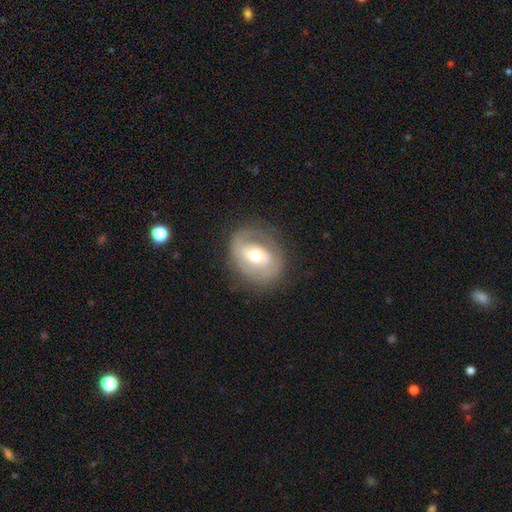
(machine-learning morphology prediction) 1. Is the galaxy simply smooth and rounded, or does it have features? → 63% featured or disk, 30% smooth, 7% star or artifact.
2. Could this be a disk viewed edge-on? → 95% no, 5% yes.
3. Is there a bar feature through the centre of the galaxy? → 48% no, 34% weak, 18% strong.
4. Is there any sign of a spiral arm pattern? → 58% yes, 42% no.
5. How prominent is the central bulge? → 72% moderate, 15% small, 11% large, 1% dominant, 1% none.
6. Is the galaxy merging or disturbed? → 71% none, 17% minor disturbance, 10% major disturbance, 1% merger.